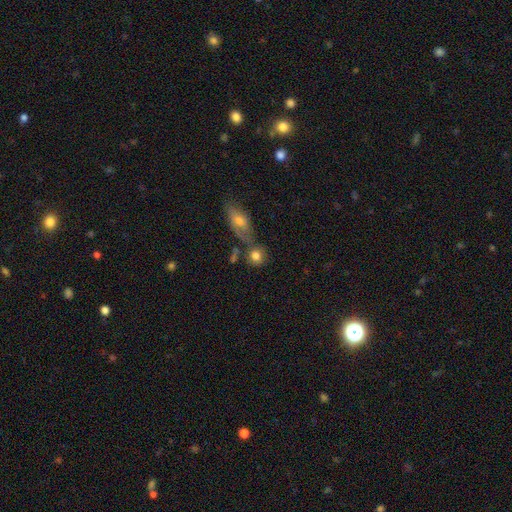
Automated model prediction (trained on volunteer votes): smooth 79%, featured or disk 12%, star or artifact 9%. Down the decision tree: how rounded — round (68%); merging — none (48%).